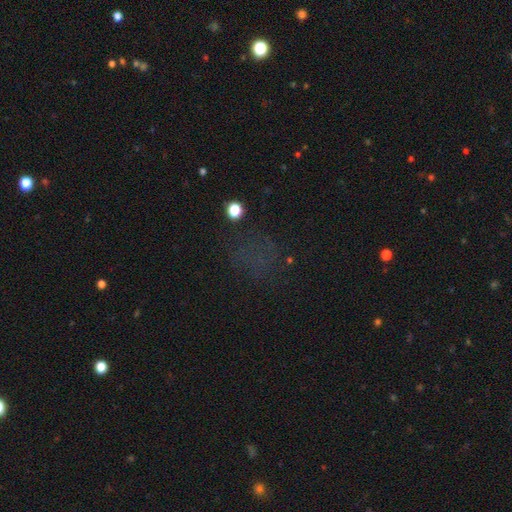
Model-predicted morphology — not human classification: Smooth or featured: star or artifact — 51% (smooth — 36%)